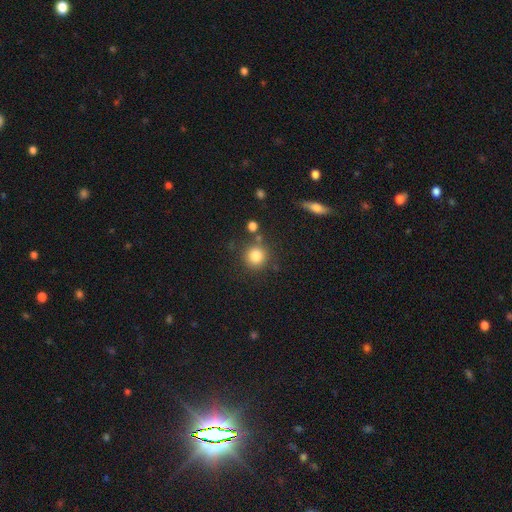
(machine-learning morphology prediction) A smooth galaxy with no disk features (82%) that is round (92%).

Vote fractions:
- Smooth or featured? smooth: 82% / star or artifact: 11% / featured or disk: 7%
- How rounded? round: 92% / in between: 7% / cigar-shaped: 1%
- Merging? none: 80% / minor disturbance: 9% / merger: 7% / major disturbance: 4%